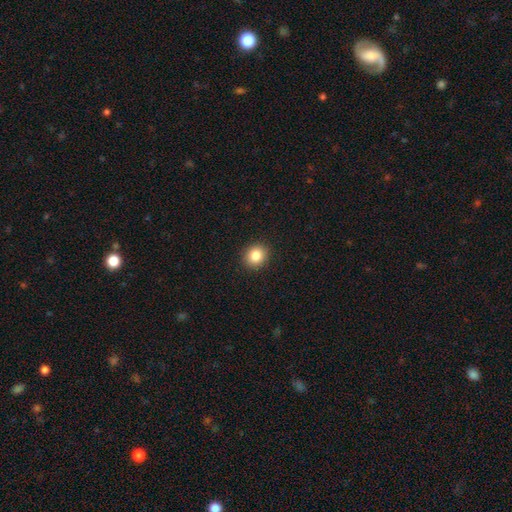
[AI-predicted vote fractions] This is clearly a smooth galaxy (84%). How rounded: clearly round (83%). Merging: clearly none (92%).